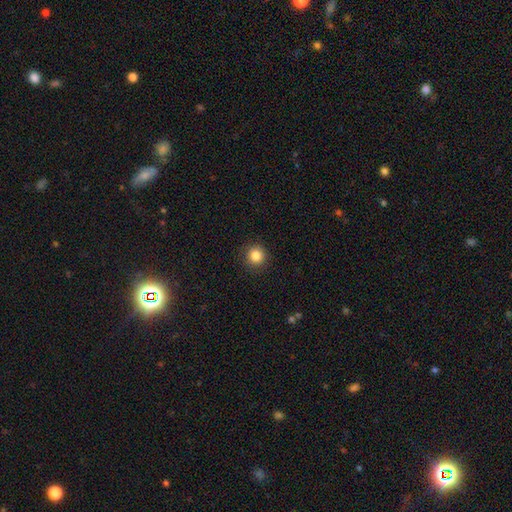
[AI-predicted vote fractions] Overall: smooth (85%). How rounded: round (94%). Merging: none (91%).